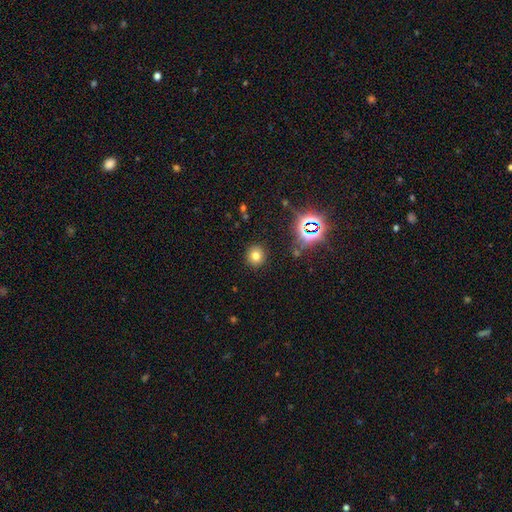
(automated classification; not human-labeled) smooth-or-featured: smooth: 72% | star or artifact: 19% | featured or disk: 9%
  how-rounded: round: 89% | in between: 10% | cigar-shaped: 1%
  merging: none: 90% | minor disturbance: 6% | major disturbance: 2% | merger: 1%